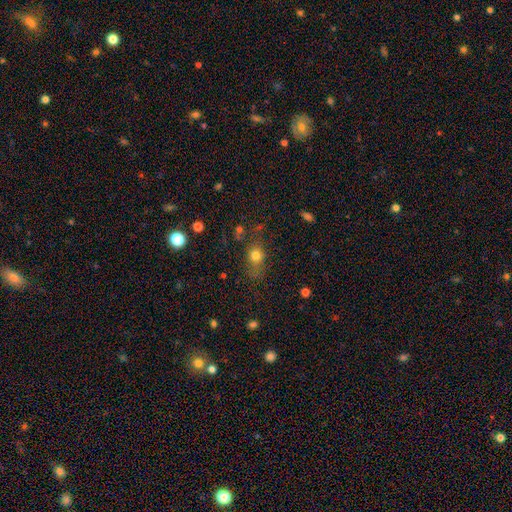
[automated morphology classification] Overall: smooth (72%). How rounded: round (51%; in between 45%). Merging: none (63%).